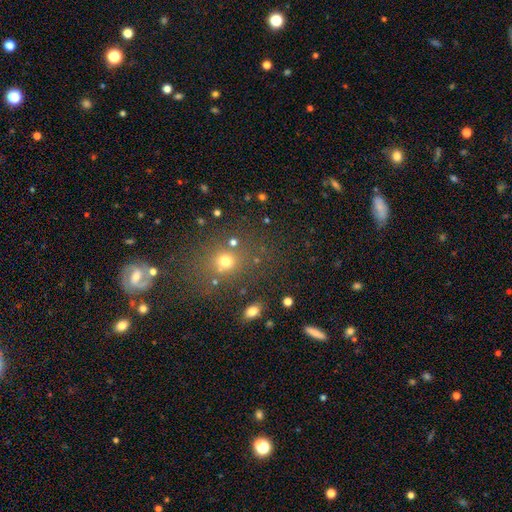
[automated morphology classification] A smooth galaxy with no disk features (46%).

Vote fractions:
- Smooth or featured? smooth: 46% / star or artifact: 43% / featured or disk: 11%
- Merging? none: 76% / minor disturbance: 10% / merger: 8% / major disturbance: 6%